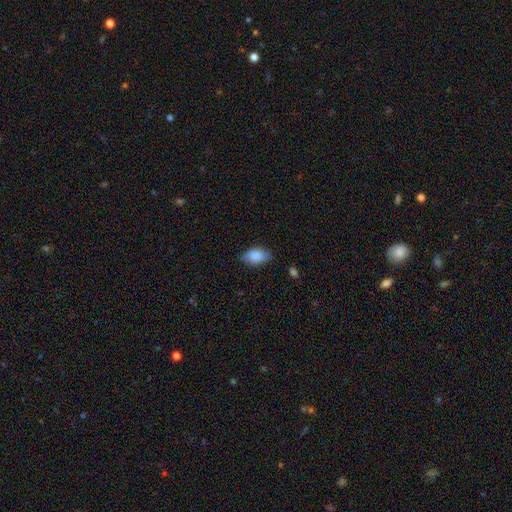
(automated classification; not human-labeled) Smooth or featured: smooth — 82% (featured or disk — 10%)
How rounded: in between — 89% (round — 8%)
Merging: none — 72% (minor disturbance — 22%)